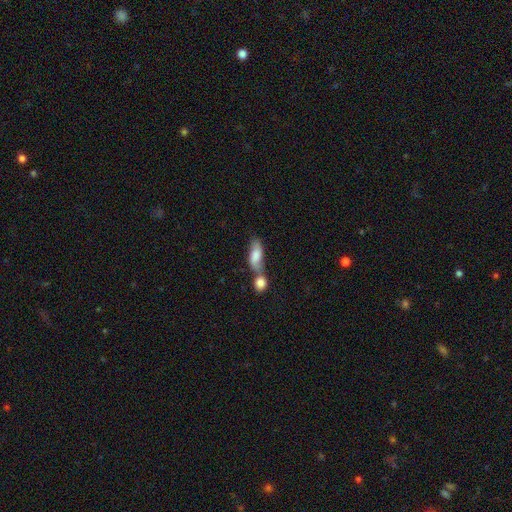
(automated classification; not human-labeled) Overall: smooth (73%). How rounded: in between (76%). Merging: merger (55%; none 29%).